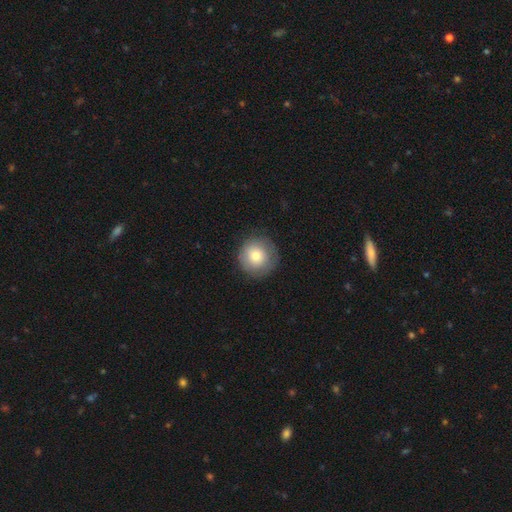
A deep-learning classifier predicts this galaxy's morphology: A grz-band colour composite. It shows a smooth galaxy with no disk features (79%) that is round (95%). Merging: none (85%).